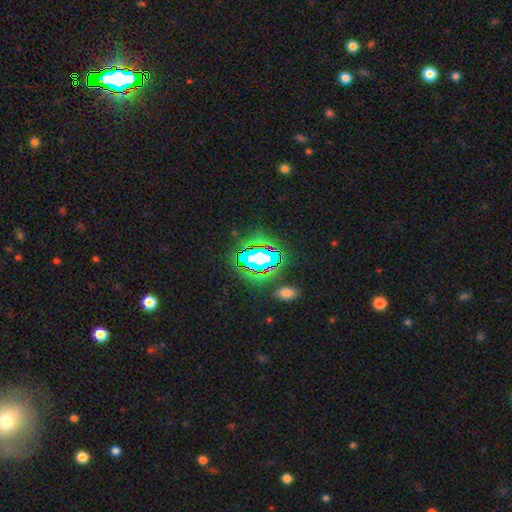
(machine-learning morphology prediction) smooth-or-featured: star or artifact: 62% | smooth: 21% | featured or disk: 17%